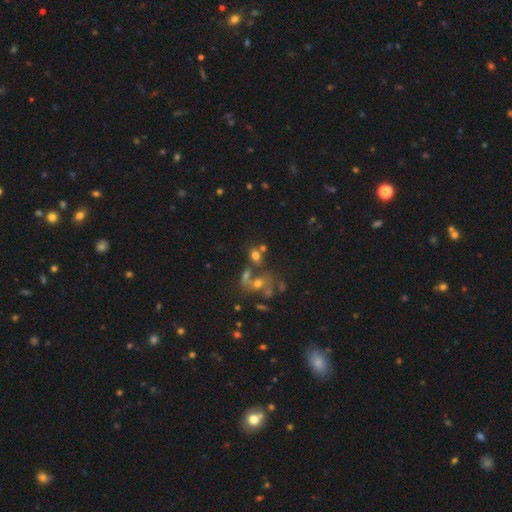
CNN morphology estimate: The model was most divided on "merging": none: 44%, merger: 36%, minor disturbance: 12%, major disturbance: 8%. More confident: smooth or featured — smooth (65%); how rounded — in between (62%).